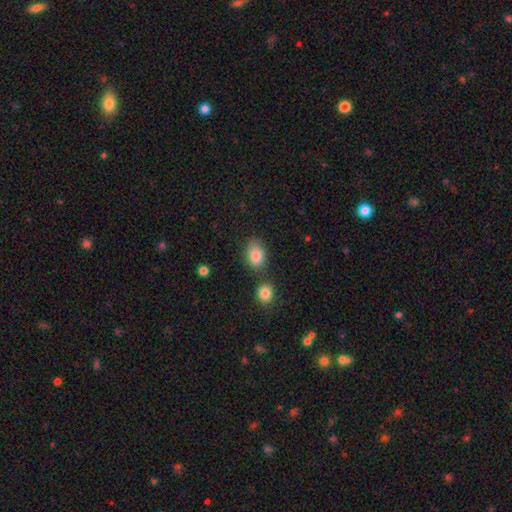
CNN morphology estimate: Overall: smooth (86%). How rounded: in between (78%). Merging: none (65%).